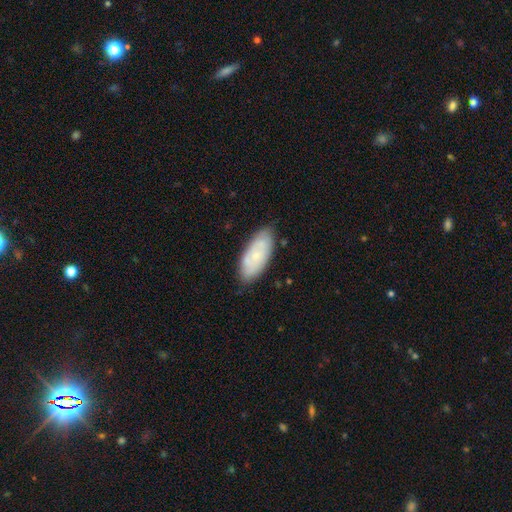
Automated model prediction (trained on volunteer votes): smooth-or-featured: smooth: 54% | featured or disk: 39% | star or artifact: 7%
  how-rounded: in between: 86% | cigar-shaped: 12% | round: 2%
  merging: none: 77% | minor disturbance: 17% | major disturbance: 3% | merger: 2%